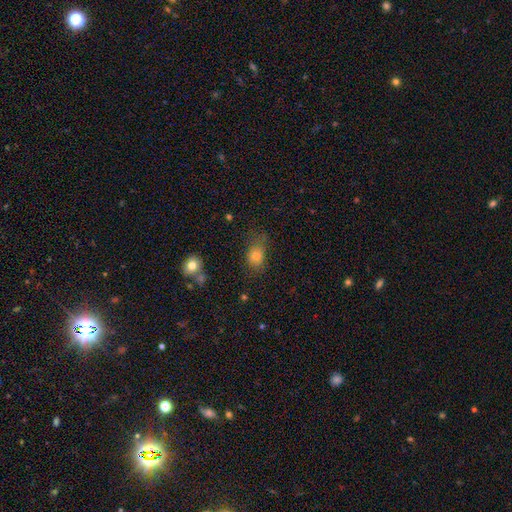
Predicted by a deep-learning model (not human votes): Q: Smooth or featured?
A: smooth (76%); runner-up: star or artifact (15%)
Q: How rounded?
A: in between (65%); runner-up: round (32%)
Q: Merging?
A: none (55%); runner-up: minor disturbance (27%)